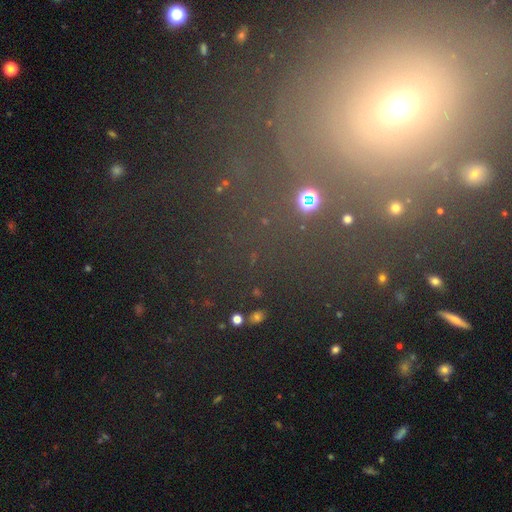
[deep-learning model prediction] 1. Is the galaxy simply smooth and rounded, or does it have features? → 54% star or artifact, 30% smooth, 16% featured or disk.